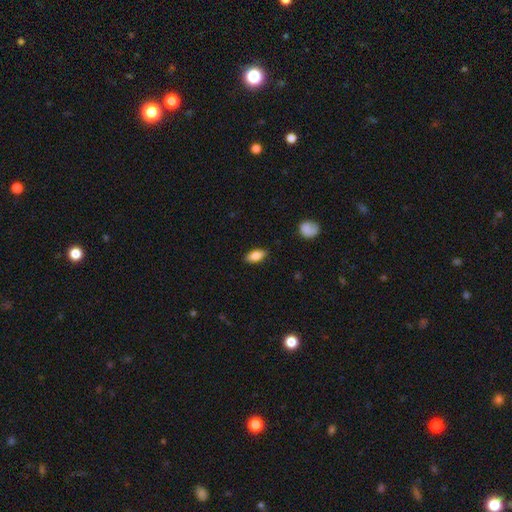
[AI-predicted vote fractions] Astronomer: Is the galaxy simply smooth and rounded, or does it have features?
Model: smooth — 85%.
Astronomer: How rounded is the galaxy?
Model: in between — 88%.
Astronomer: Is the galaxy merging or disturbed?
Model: none — 87%.